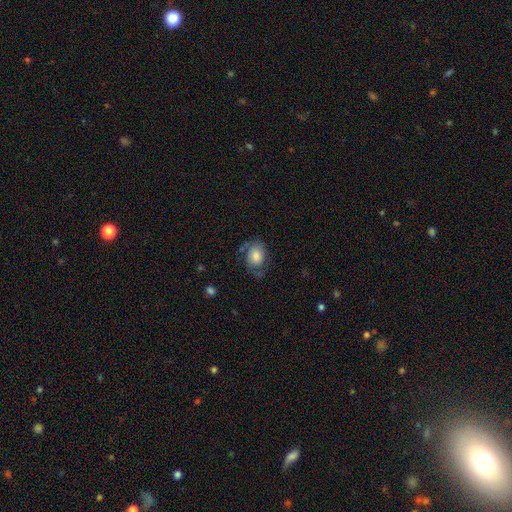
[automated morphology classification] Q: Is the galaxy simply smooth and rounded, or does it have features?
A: smooth — 59%.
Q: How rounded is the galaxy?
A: in between — 69%.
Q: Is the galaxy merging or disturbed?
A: none — 52%.